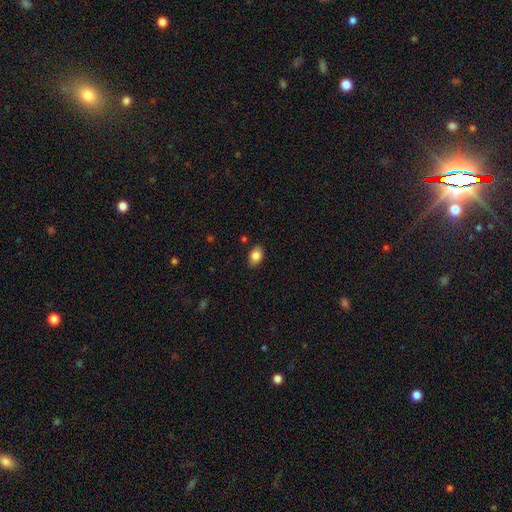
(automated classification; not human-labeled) A smooth galaxy with no disk features (85%) that is in between round and cigar-shaped (86%). Merging: none (86%).